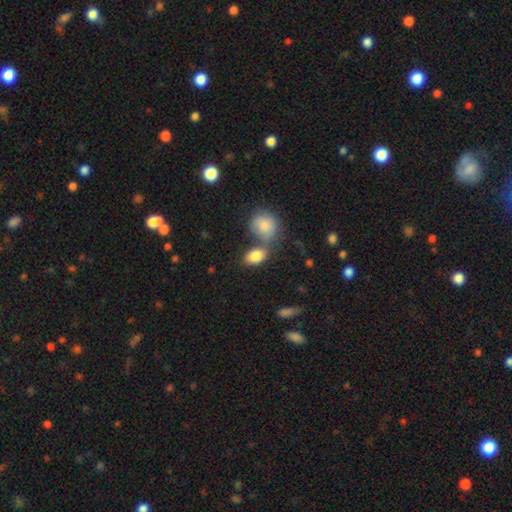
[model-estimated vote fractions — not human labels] Smooth or featured? smooth (85%)
How rounded? in between (84%)
Merging? none (47%)